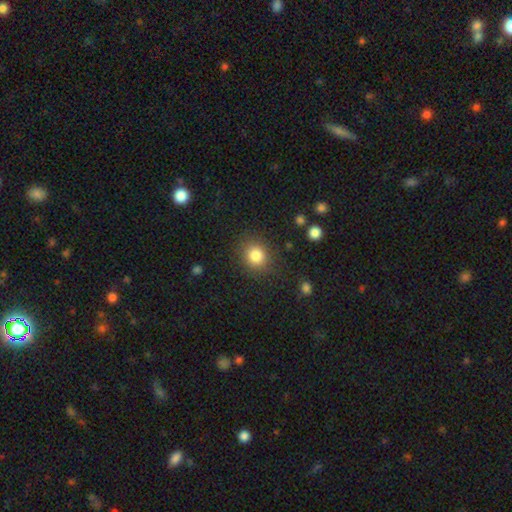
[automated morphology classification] A smooth galaxy with no disk features (83%) that is round (82%).

Vote fractions:
- Smooth or featured? smooth: 83% / star or artifact: 11% / featured or disk: 6%
- How rounded? round: 82% / in between: 17% / cigar-shaped: 1%
- Merging? none: 86% / minor disturbance: 9% / major disturbance: 3% / merger: 2%